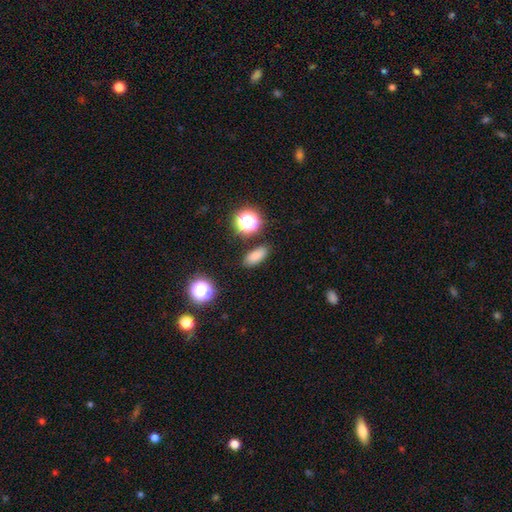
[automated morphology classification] The model was most divided on "smooth or featured": smooth: 79%, star or artifact: 15%, featured or disk: 6%. More confident: merging — none (86%); how rounded — in between (81%).